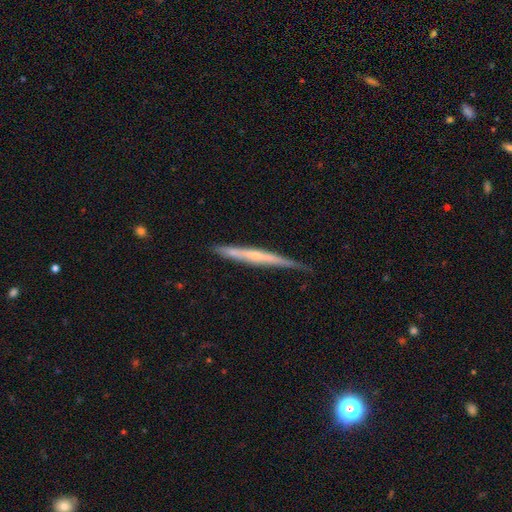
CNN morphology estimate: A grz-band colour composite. It shows a featured or disk galaxy (60%) viewed edge-on (96%) with no central bulge (64%). Merging: none (78%).